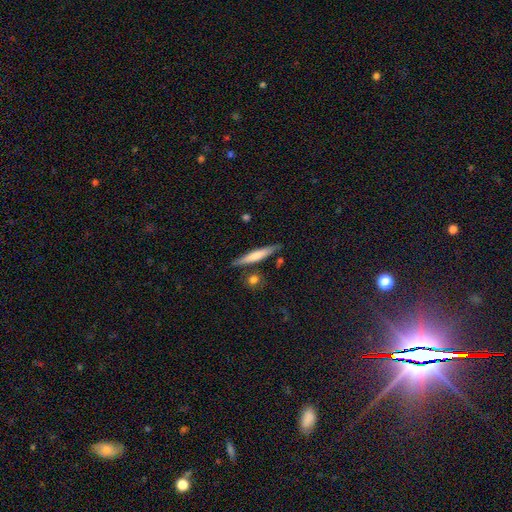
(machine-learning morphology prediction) smooth-or-featured: smooth: 60% | featured or disk: 34% | star or artifact: 6%
  how-rounded: cigar-shaped: 92% | in between: 7% | round: 2%
  merging: none: 82% | minor disturbance: 11% | merger: 4% | major disturbance: 2%